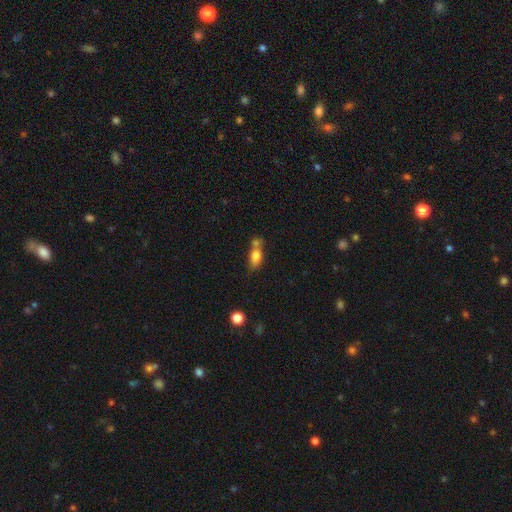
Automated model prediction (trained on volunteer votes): A smooth galaxy with no disk features (77%) that is in between round and cigar-shaped (79%). Merging: merger (45%).